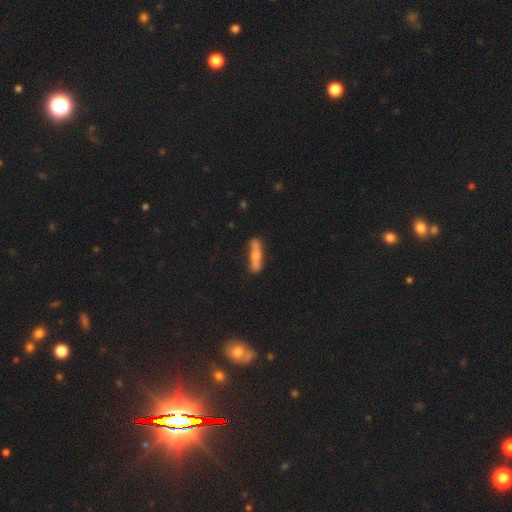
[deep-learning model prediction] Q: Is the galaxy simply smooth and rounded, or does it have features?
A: smooth — 47%.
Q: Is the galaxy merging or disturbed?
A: none — 71%.